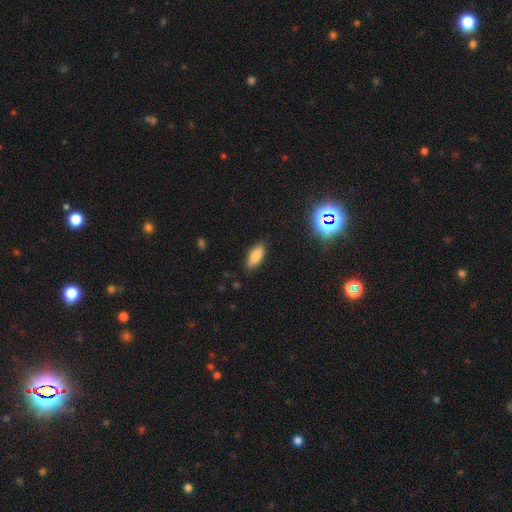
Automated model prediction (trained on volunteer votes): Smooth or featured? Predicted: smooth (p=0.82). How rounded? Predicted: in between (p=0.84). Merging? Predicted: none (p=0.85).